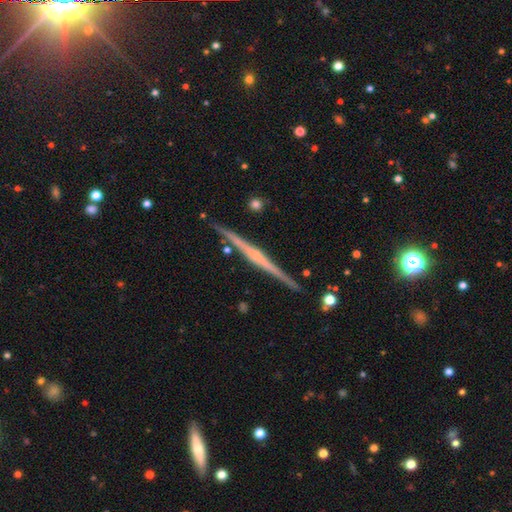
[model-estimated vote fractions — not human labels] This appears to be a featured or disk galaxy (76%) viewed edge-on (98%) with no central bulge (54%). Merging: none (90%).